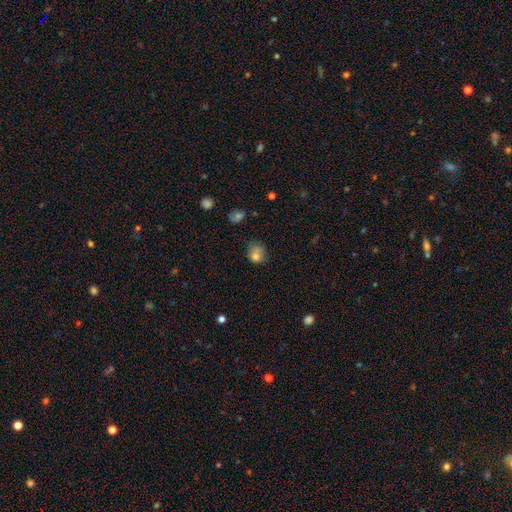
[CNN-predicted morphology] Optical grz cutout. It shows a smooth galaxy with no disk features (74%) that is round (60%). Merging: none (41%).